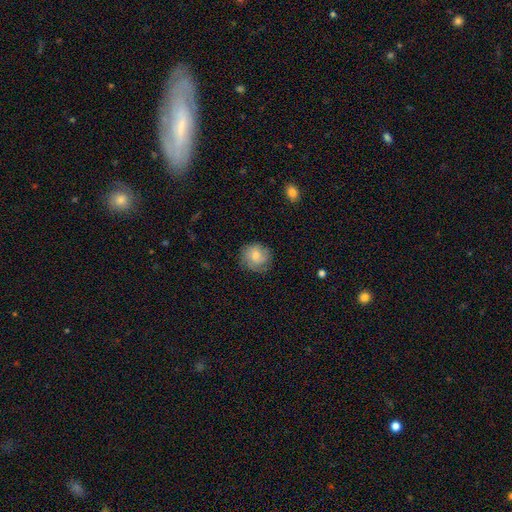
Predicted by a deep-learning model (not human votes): smooth-or-featured: smooth: 64% | featured or disk: 28% | star or artifact: 8%
  how-rounded: round: 86% | in between: 13% | cigar-shaped: 1%
  merging: none: 77% | minor disturbance: 17% | major disturbance: 5% | merger: 1%